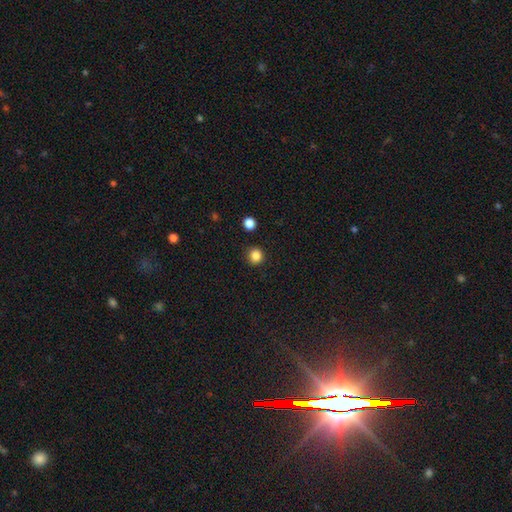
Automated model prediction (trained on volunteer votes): smooth-or-featured: smooth: 85% | star or artifact: 12% | featured or disk: 3%
  how-rounded: round: 90% | in between: 9% | cigar-shaped: 1%
  merging: none: 89% | minor disturbance: 7% | major disturbance: 2% | merger: 2%